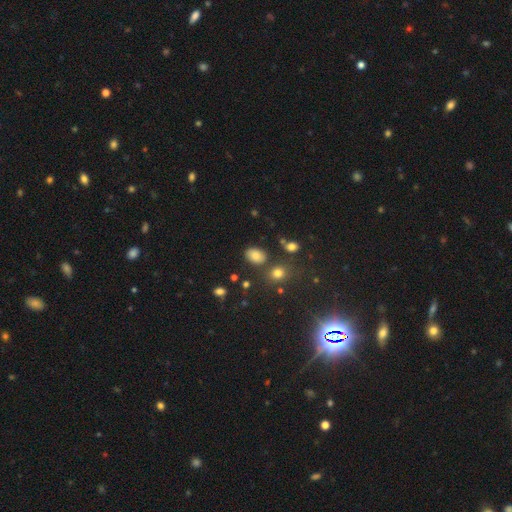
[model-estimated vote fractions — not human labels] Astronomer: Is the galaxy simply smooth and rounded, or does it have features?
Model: smooth — 80%.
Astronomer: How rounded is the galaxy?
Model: in between — 75%.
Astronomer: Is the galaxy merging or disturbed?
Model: none — 77%.